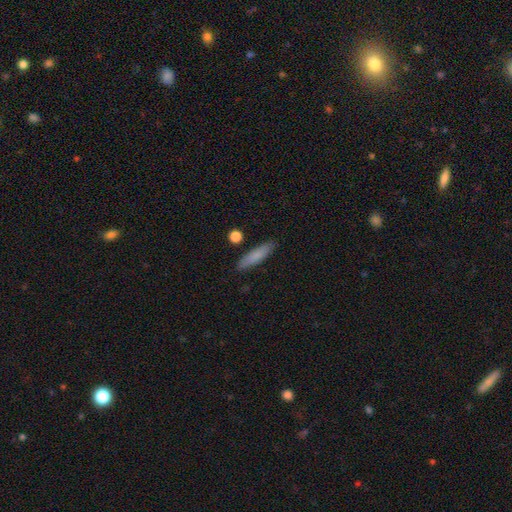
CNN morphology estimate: Smooth or featured: smooth — 79% (featured or disk — 14%)
How rounded: cigar-shaped — 78% (in between — 20%)
Merging: none — 86% (minor disturbance — 9%)